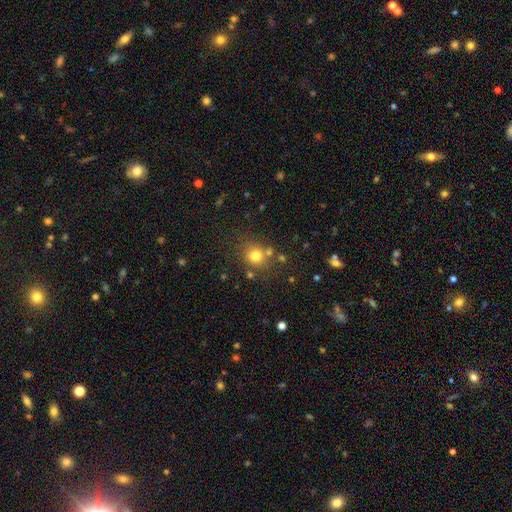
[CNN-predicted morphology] Overall: smooth (77%). How rounded: round (85%). Merging: none (74%).